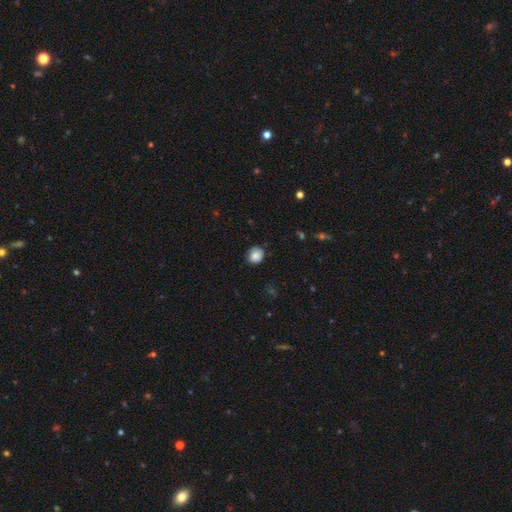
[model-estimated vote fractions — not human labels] Smooth or featured? Predicted: smooth (p=0.84). How rounded? Predicted: round (p=0.74). Merging? Predicted: none (p=0.76).